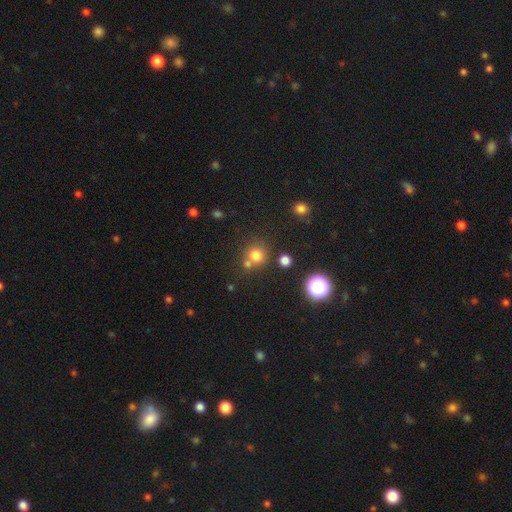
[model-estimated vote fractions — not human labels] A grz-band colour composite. It shows a smooth galaxy with no disk features (75%) that is round (86%). Merging: none (59%).